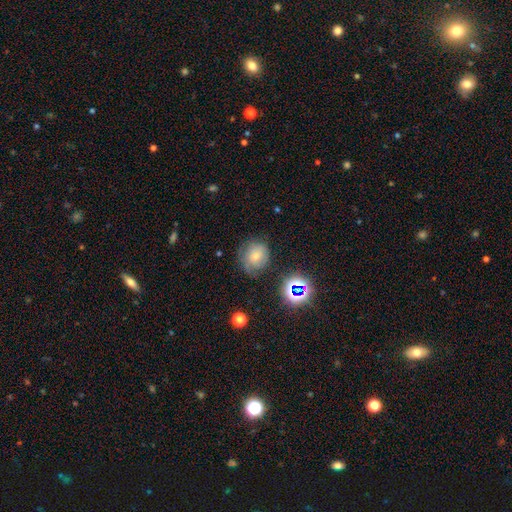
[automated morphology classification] smooth-or-featured: smooth: 57% | featured or disk: 24% | star or artifact: 18%
  how-rounded: round: 79% | in between: 20% | cigar-shaped: 1%
  merging: none: 62% | minor disturbance: 24% | major disturbance: 11% | merger: 3%